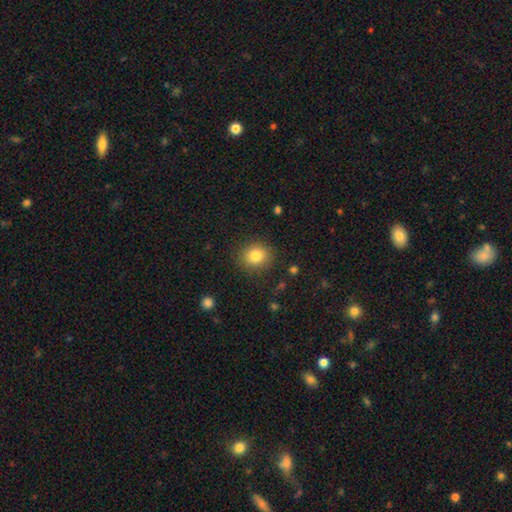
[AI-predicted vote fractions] smooth_or_featured: smooth (p=0.82) [alt: star or artifact p=0.11]
how_rounded: round (p=0.77) [alt: in between p=0.22]
merging: none (p=0.86) [alt: minor disturbance p=0.09]